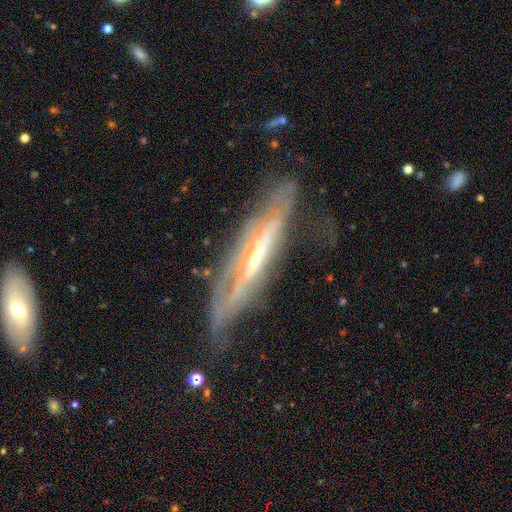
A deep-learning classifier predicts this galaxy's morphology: Smooth or featured?
  - featured or disk: 79% *
  - smooth: 14%
  - star or artifact: 7%
Edge-on disk?
  - yes: 65% *
  - no: 35%
Edge-on bulge?
  - rounded: 54% *
  - none: 38%
  - boxy: 9%
Merging?
  - none: 53% *
  - minor disturbance: 26%
  - major disturbance: 19%
  - merger: 3%